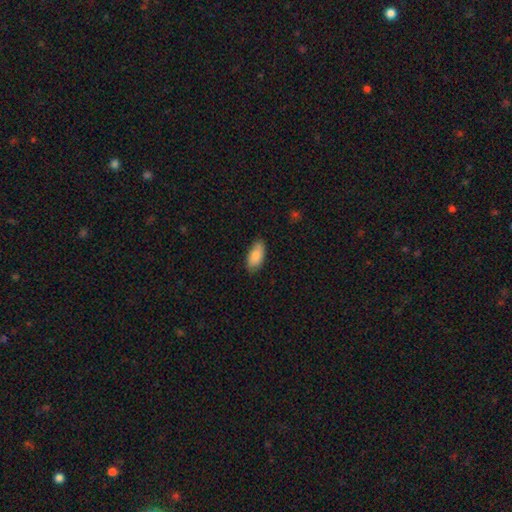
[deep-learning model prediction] smooth_or_featured: smooth (p=0.87) [alt: featured or disk p=0.07]
how_rounded: in between (p=0.92) [alt: cigar-shaped p=0.06]
merging: none (p=0.81) [alt: minor disturbance p=0.15]